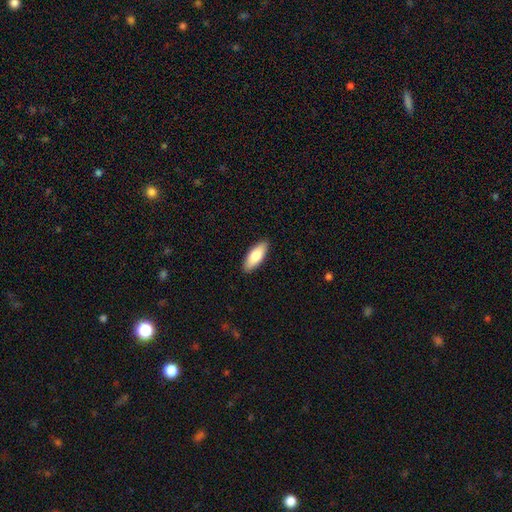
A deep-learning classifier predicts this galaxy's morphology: A smooth galaxy with no disk features (81%) that is in between round and cigar-shaped (74%).

Vote fractions:
- Smooth or featured? smooth: 81% / featured or disk: 14% / star or artifact: 5%
- How rounded? in between: 74% / cigar-shaped: 25% / round: 2%
- Merging? none: 90% / minor disturbance: 7% / major disturbance: 2% / merger: 1%